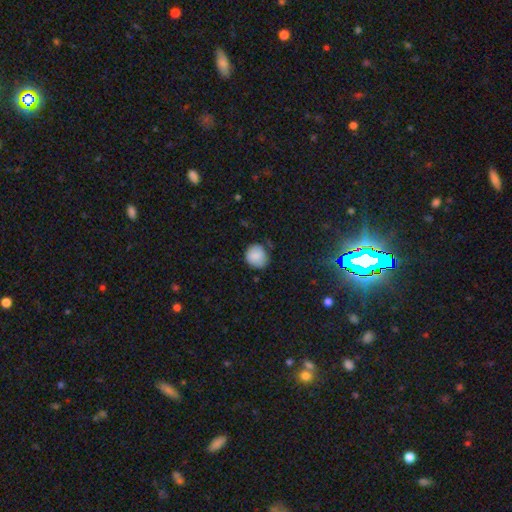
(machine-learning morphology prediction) smooth-or-featured: smooth: 83% | featured or disk: 9% | star or artifact: 8%
  how-rounded: round: 79% | in between: 20% | cigar-shaped: 1%
  merging: none: 64% | minor disturbance: 27% | major disturbance: 7% | merger: 2%